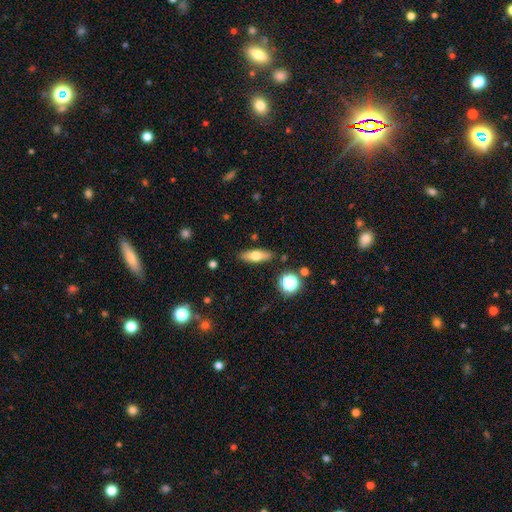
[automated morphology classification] A smooth galaxy with no disk features (62%) that is in between round and cigar-shaped (55%). Merging: none (86%).